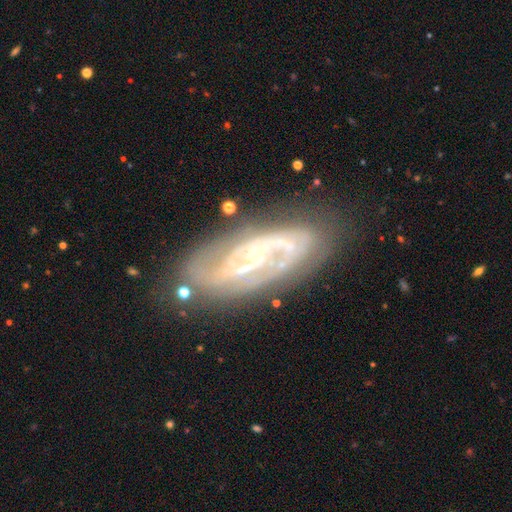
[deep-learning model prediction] smooth_or_featured: featured or disk (p=0.87) [alt: smooth p=0.07]
disk_edge_on: no (p=0.93) [alt: yes p=0.07]
bar: no (p=0.47) [alt: weak p=0.35]
has_spiral_arms: yes (p=0.94) [alt: no p=0.06]
spiral_winding: tight (p=0.45) [alt: medium p=0.43]
spiral_arm_count: 2 (p=0.65) [alt: can't tell p=0.15]
bulge_size: small (p=0.76) [alt: moderate p=0.19]
merging: none (p=0.77) [alt: minor disturbance p=0.15]